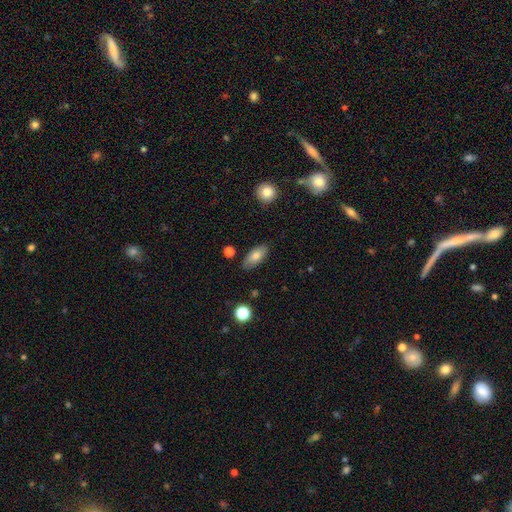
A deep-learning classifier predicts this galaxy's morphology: Smooth or featured?
  - smooth: 78% *
  - featured or disk: 14%
  - star or artifact: 7%
How rounded?
  - in between: 88% *
  - cigar-shaped: 9%
  - round: 3%
Merging?
  - none: 84% *
  - minor disturbance: 12%
  - major disturbance: 2%
  - merger: 2%